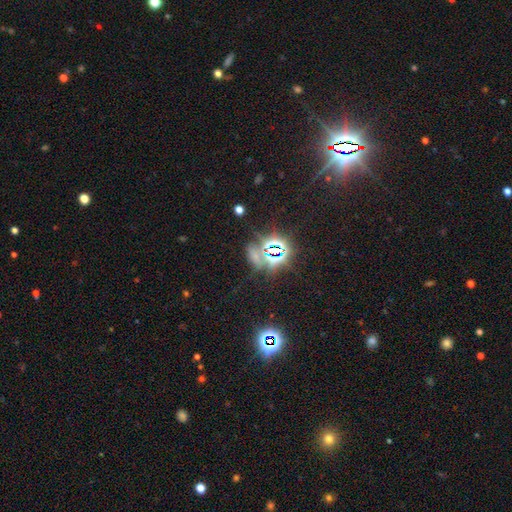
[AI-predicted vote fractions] Q: Smooth or featured?
A: star or artifact (69%); runner-up: smooth (22%)